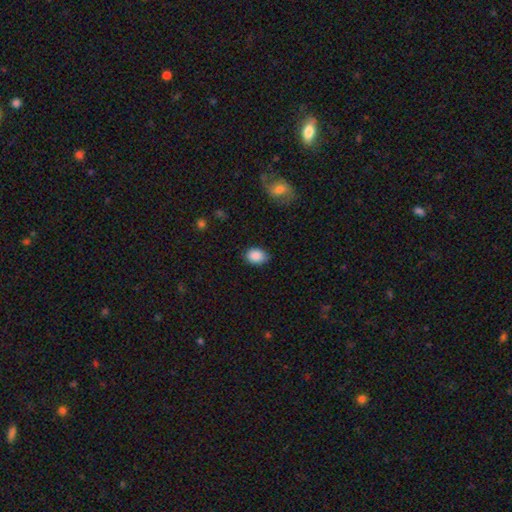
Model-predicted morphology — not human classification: This is clearly a smooth galaxy (88%). How rounded: likely in between (75%). Merging: clearly none (81%).